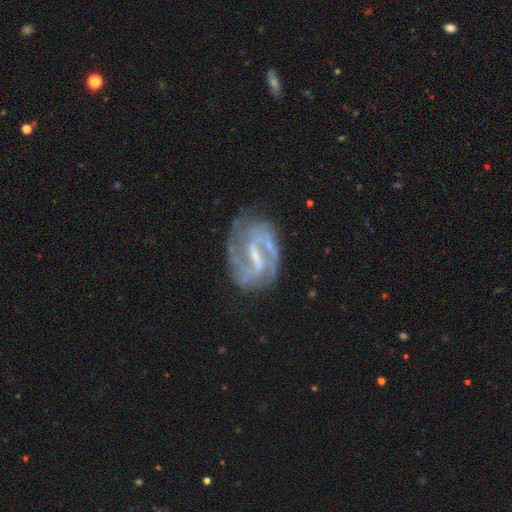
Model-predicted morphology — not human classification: smooth_or_featured: featured or disk (p=0.87) [alt: smooth p=0.07]
disk_edge_on: no (p=0.97) [alt: yes p=0.03]
bar: strong (p=0.47) [alt: weak p=0.43]
has_spiral_arms: yes (p=0.94) [alt: no p=0.06]
spiral_winding: medium (p=0.48) [alt: tight p=0.32]
spiral_arm_count: 2 (p=0.72) [alt: can't tell p=0.12]
bulge_size: small (p=0.46) [alt: none p=0.30]
merging: none (p=0.66) [alt: minor disturbance p=0.20]